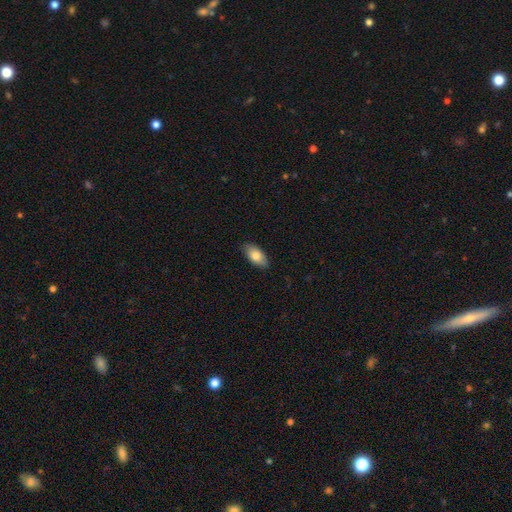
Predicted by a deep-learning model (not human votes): Q: Smooth or featured?
A: smooth (81%); runner-up: featured or disk (12%)
Q: How rounded?
A: in between (92%); runner-up: cigar-shaped (5%)
Q: Merging?
A: none (85%); runner-up: minor disturbance (12%)